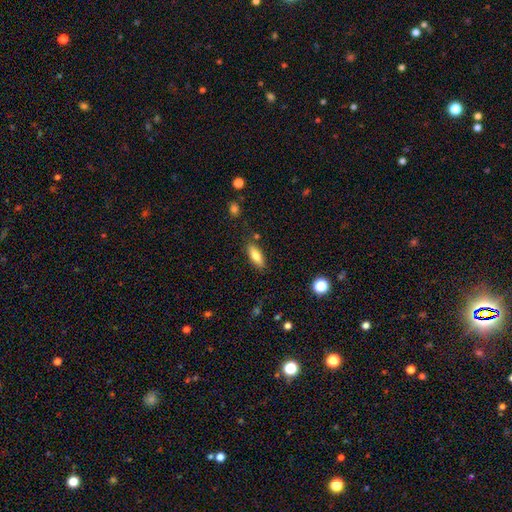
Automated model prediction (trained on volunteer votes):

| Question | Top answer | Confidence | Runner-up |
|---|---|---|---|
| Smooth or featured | smooth | 79% | featured or disk (13%) |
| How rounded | in between | 66% | cigar-shaped (31%) |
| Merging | none | 83% | minor disturbance (12%) |